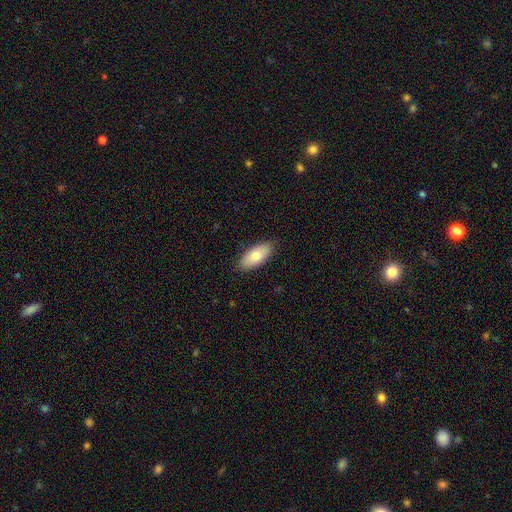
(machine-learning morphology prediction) A smooth galaxy with no disk features (77%) that is in between round and cigar-shaped (87%). Merging: none (88%).